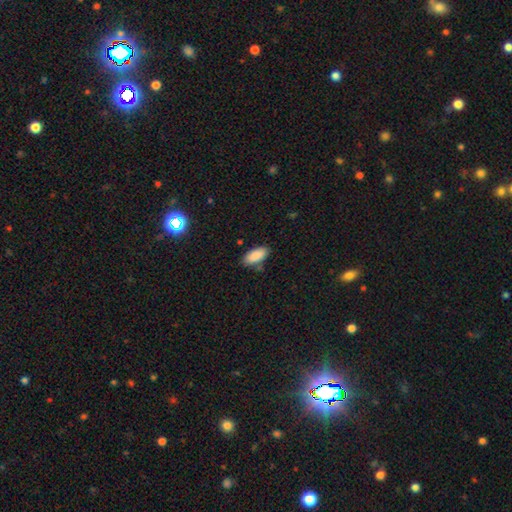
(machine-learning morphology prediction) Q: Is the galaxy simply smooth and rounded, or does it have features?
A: smooth — 89%.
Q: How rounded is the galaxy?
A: in between — 87%.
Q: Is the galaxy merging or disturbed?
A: none — 78%.